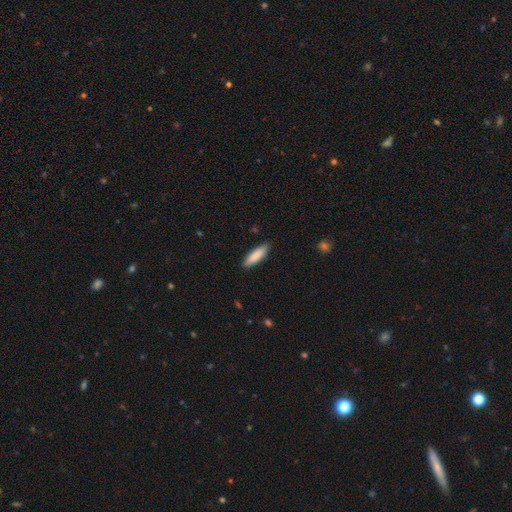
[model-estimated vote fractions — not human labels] A smooth galaxy with no disk features (86%) that is cigar-shaped (61%). Merging: none (88%).